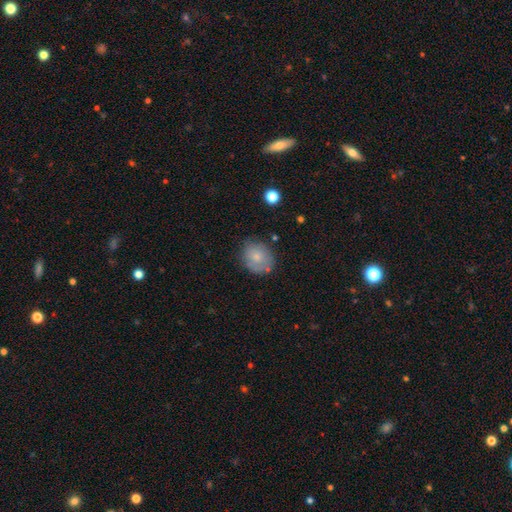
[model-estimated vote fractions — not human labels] Overall: smooth (74%). How rounded: round (67%; in between 32%). Merging: none (72%).